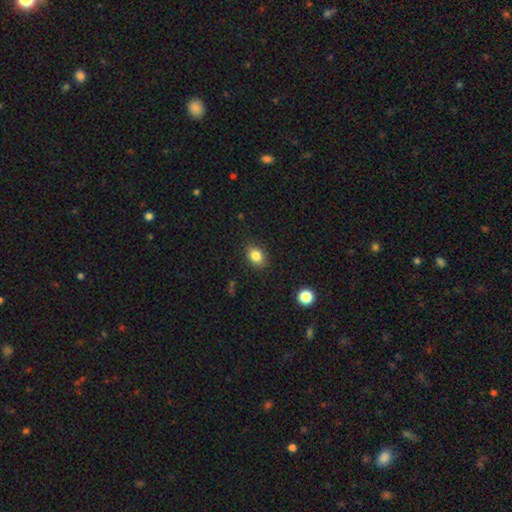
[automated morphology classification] Overall: smooth (84%). How rounded: in between (65%; round 33%). Merging: none (86%).